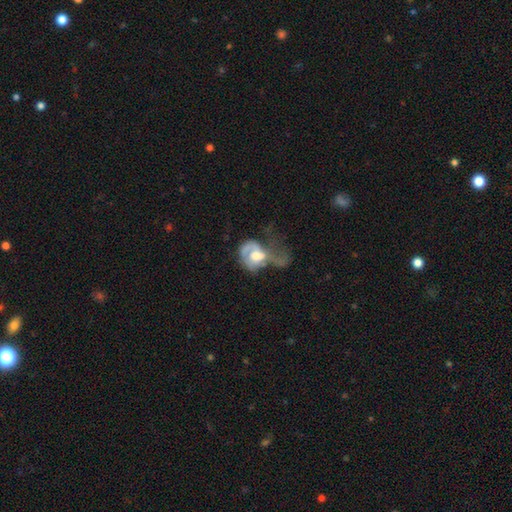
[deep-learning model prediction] Smooth or featured? featured or disk (58%)
Edge-on disk? no (97%)
Bar? no (73%)
Spiral arms? yes (58%)
Bulge size? moderate (56%)
Merging? major disturbance (56%)